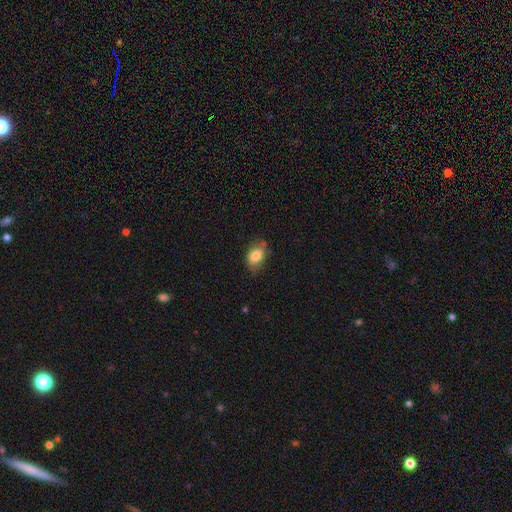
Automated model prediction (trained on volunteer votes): A smooth galaxy with no disk features (79%) that is in between round and cigar-shaped (84%). Merging: none (66%).